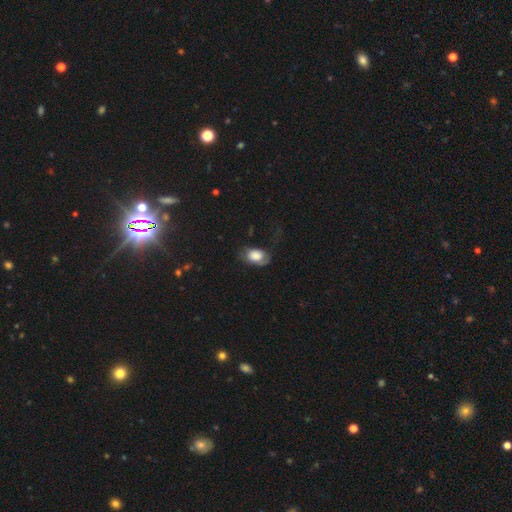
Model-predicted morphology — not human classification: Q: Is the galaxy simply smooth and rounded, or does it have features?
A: smooth — 71%.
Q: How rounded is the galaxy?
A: in between — 84%.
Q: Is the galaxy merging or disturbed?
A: none — 43%.